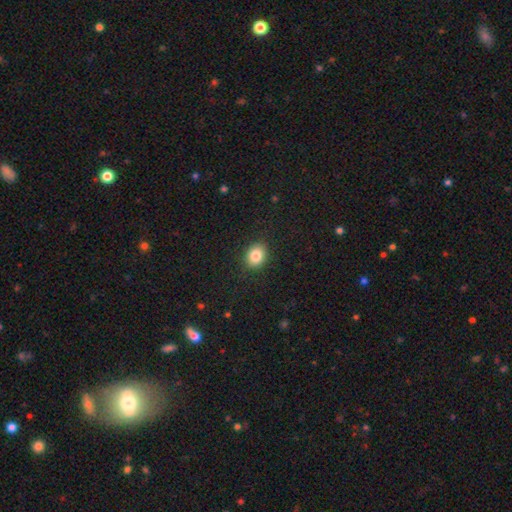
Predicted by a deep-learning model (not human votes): Smooth or featured? Predicted: smooth (p=0.84). How rounded? Predicted: round (p=0.55). Merging? Predicted: none (p=0.88).